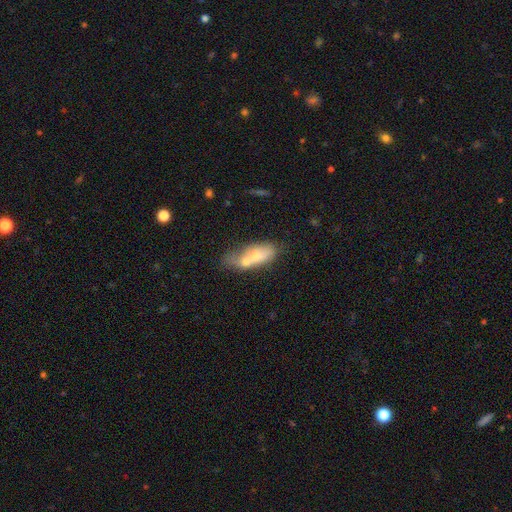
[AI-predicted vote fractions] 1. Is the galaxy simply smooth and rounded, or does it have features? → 61% smooth, 31% featured or disk, 8% star or artifact.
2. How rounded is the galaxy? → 70% in between, 25% cigar-shaped, 5% round.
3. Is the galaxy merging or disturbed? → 50% merger, 27% none, 15% minor disturbance, 9% major disturbance.